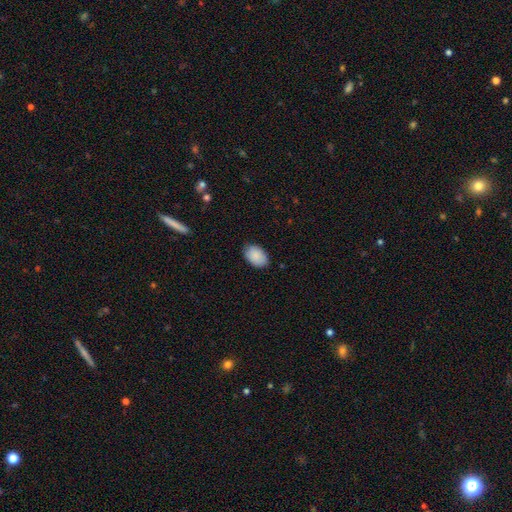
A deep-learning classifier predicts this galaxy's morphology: Q: Smooth or featured?
A: smooth (88%); runner-up: star or artifact (6%)
Q: How rounded?
A: in between (87%); runner-up: round (12%)
Q: Merging?
A: none (83%); runner-up: minor disturbance (13%)